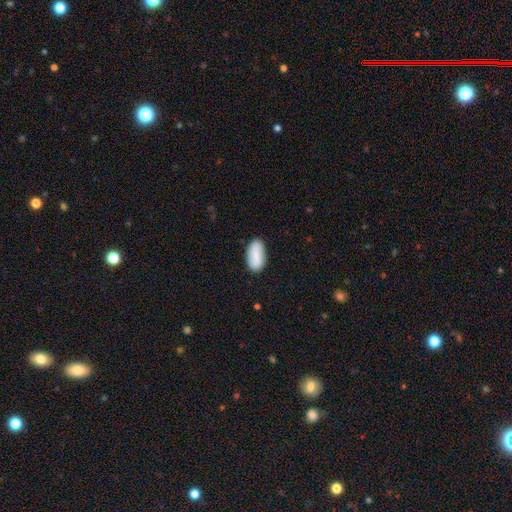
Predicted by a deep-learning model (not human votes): Smooth or featured?
  - smooth: 83% *
  - featured or disk: 11%
  - star or artifact: 6%
How rounded?
  - in between: 94% *
  - cigar-shaped: 3%
  - round: 3%
Merging?
  - none: 85% *
  - minor disturbance: 11%
  - major disturbance: 2%
  - merger: 1%